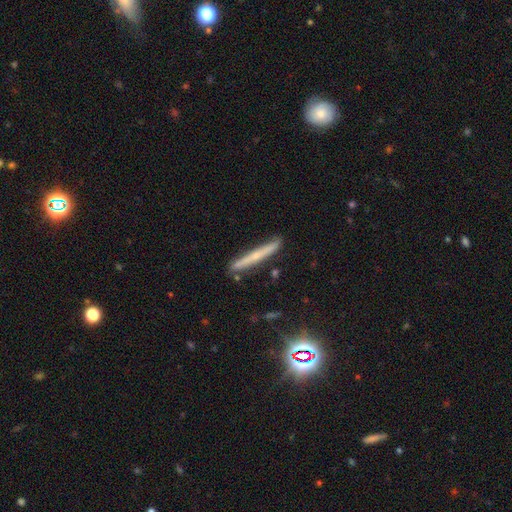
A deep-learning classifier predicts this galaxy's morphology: Q: Smooth or featured?
A: featured or disk (51%); runner-up: smooth (40%)
Q: Edge-on disk?
A: yes (94%); runner-up: no (6%)
Q: Merging?
A: none (86%); runner-up: minor disturbance (11%)